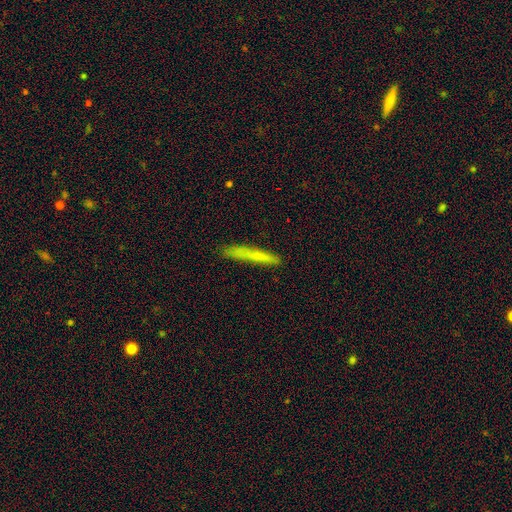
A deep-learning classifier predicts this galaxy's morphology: Smooth or featured: smooth — 68% (featured or disk — 24%)
How rounded: cigar-shaped — 95% (in between — 3%)
Merging: none — 82% (minor disturbance — 13%)